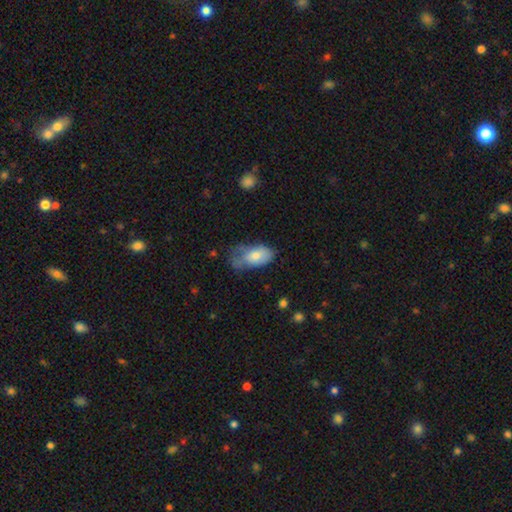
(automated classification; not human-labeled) smooth-or-featured: smooth: 73% | featured or disk: 21% | star or artifact: 7%
  how-rounded: in between: 92% | round: 5% | cigar-shaped: 3%
  merging: minor disturbance: 38% | major disturbance: 30% | none: 28% | merger: 5%